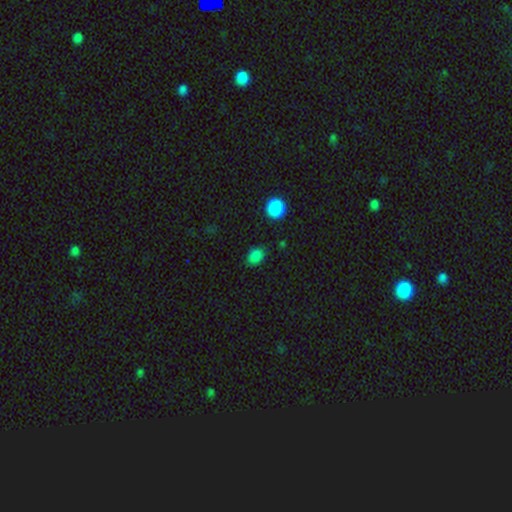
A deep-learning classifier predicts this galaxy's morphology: A smooth galaxy with no disk features (84%) that is in between round and cigar-shaped (65%). Merging: none (81%).